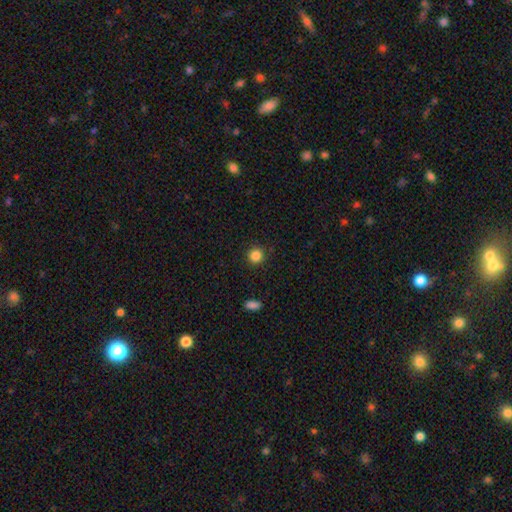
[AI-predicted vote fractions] Smooth or featured? Predicted: smooth (p=0.85). How rounded? Predicted: round (p=0.93). Merging? Predicted: none (p=0.91).